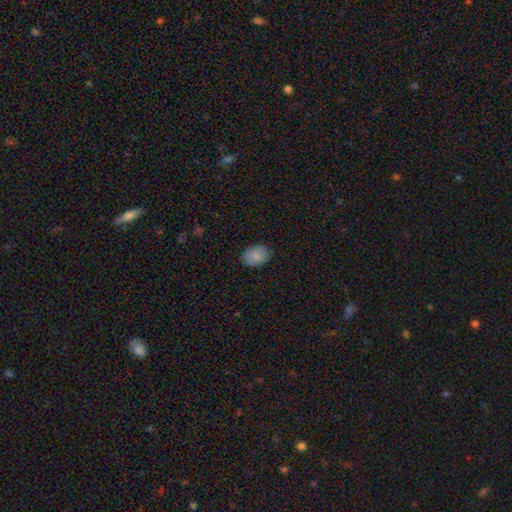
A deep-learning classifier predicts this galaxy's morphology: smooth 87%, star or artifact 8%, featured or disk 6%. Down the decision tree: how rounded — in between (73%); merging — none (87%).